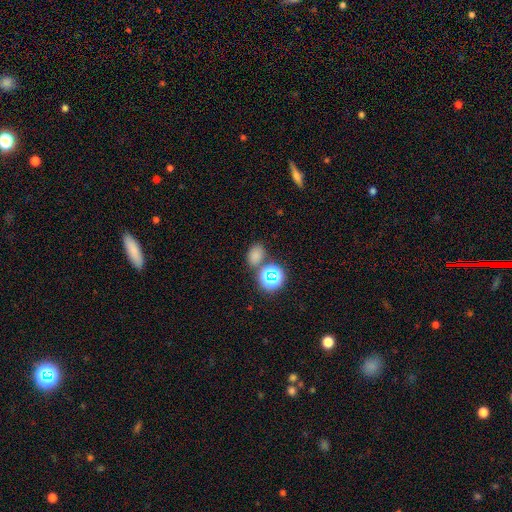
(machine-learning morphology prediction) smooth_or_featured: smooth (p=0.70) [alt: star or artifact p=0.24]
how_rounded: in between (p=0.69) [alt: round p=0.30]
merging: none (p=0.68) [alt: merger p=0.16]